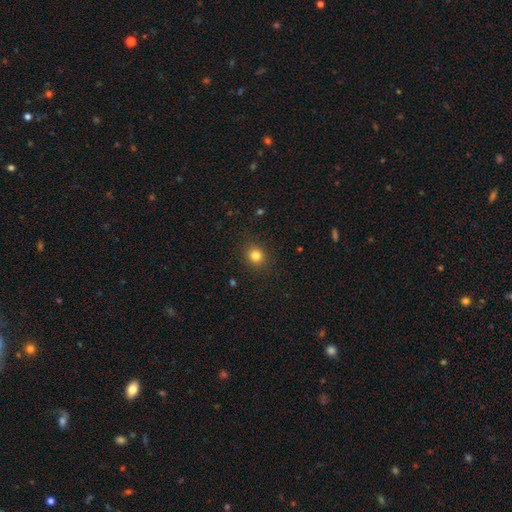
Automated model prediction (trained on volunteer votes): Q: Smooth or featured?
A: smooth (82%); runner-up: star or artifact (13%)
Q: How rounded?
A: round (77%); runner-up: in between (22%)
Q: Merging?
A: none (89%); runner-up: minor disturbance (7%)